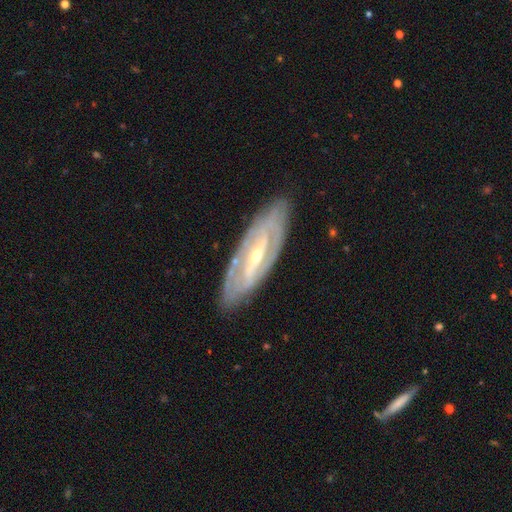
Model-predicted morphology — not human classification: A featured or disk galaxy (84%) with a strong bar (57%), 2 (58%) tight (57%) spiral arms (80%) and a small central bulge (55%).

Vote fractions:
- Smooth or featured? featured or disk: 84% / smooth: 11% / star or artifact: 5%
- Edge-on disk? no: 81% / yes: 19%
- Bar? strong: 57% / weak: 29% / no: 14%
- Spiral arms? yes: 80% / no: 20%
- Spiral winding? tight: 57% / medium: 31% / loose: 12%
- Spiral arm count? 2: 58% / can't tell: 29% / 3: 5% / 1: 3% / 4: 3% / more than 4: 2%
- Bulge size? small: 55% / moderate: 41% / large: 2% / none: 1% / dominant: 1%
- Merging? none: 84% / minor disturbance: 12% / major disturbance: 3% / merger: 1%